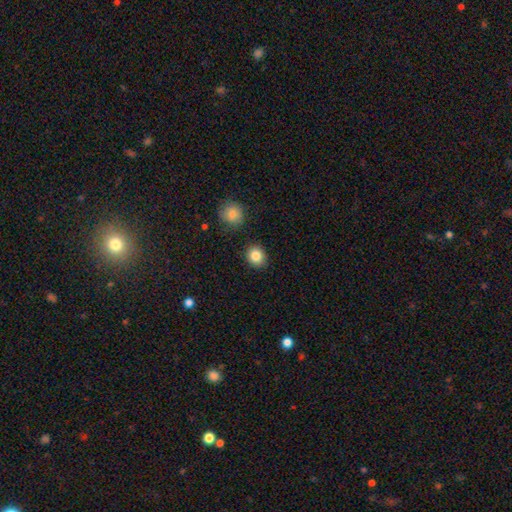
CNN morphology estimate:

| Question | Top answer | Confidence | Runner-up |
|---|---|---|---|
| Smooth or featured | smooth | 85% | star or artifact (10%) |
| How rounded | round | 79% | in between (20%) |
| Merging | none | 88% | minor disturbance (7%) |